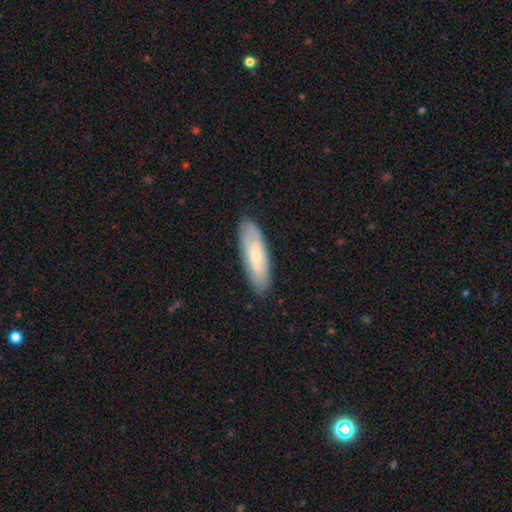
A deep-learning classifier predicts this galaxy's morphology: Smooth or featured? Predicted: smooth (p=0.63). How rounded? Predicted: cigar-shaped (p=0.50). Merging? Predicted: none (p=0.86).